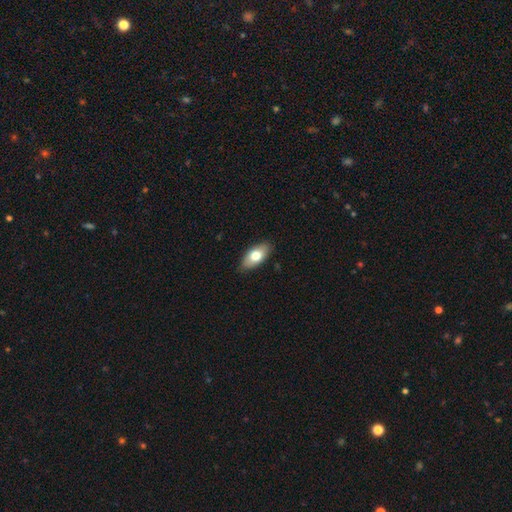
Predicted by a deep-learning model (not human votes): Smooth or featured? Predicted: smooth (p=0.73). How rounded? Predicted: in between (p=0.91). Merging? Predicted: none (p=0.87).